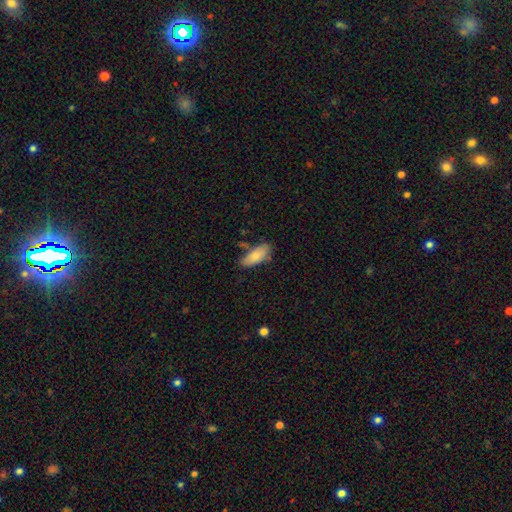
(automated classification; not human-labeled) Q: Smooth or featured?
A: smooth (79%); runner-up: featured or disk (14%)
Q: How rounded?
A: in between (83%); runner-up: cigar-shaped (15%)
Q: Merging?
A: none (62%); runner-up: minor disturbance (24%)